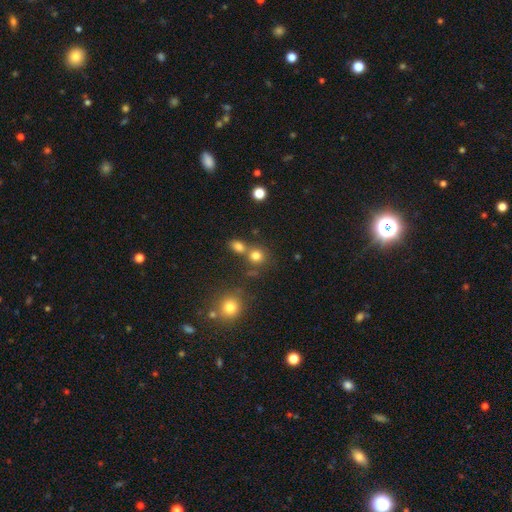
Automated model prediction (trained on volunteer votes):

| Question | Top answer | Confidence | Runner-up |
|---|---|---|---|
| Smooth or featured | smooth | 77% | star or artifact (16%) |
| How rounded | round | 83% | in between (16%) |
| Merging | none | 60% | merger (28%) |